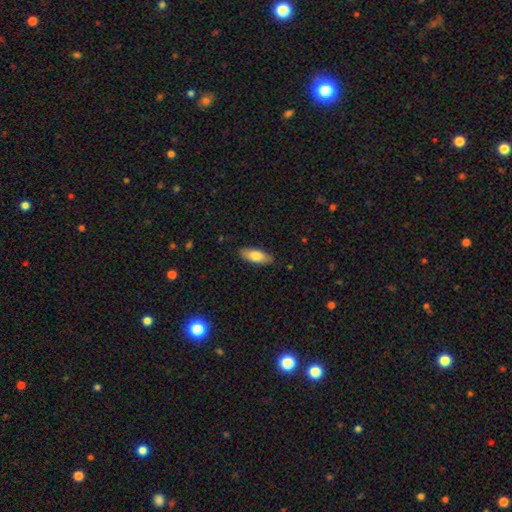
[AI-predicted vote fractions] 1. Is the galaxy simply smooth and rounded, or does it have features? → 77% smooth, 17% featured or disk, 6% star or artifact.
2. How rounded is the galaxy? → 75% in between, 23% cigar-shaped, 2% round.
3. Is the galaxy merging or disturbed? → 87% none, 10% minor disturbance, 2% major disturbance, 1% merger.